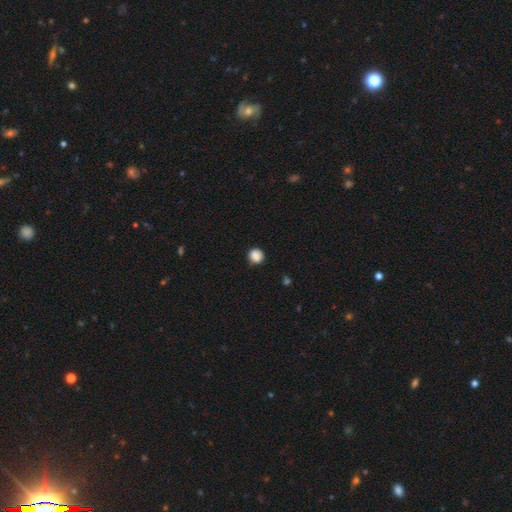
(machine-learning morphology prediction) type=smooth (87%); roundness=round (81%); merging=none (80%).